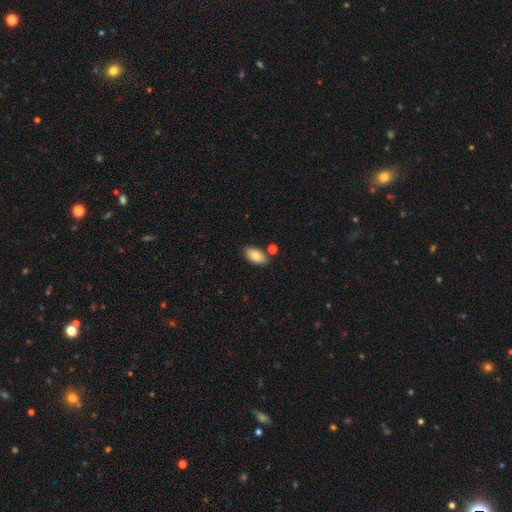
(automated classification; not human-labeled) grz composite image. It shows a smooth galaxy with no disk features (84%) that is in between round and cigar-shaped (94%). Merging: none (80%).